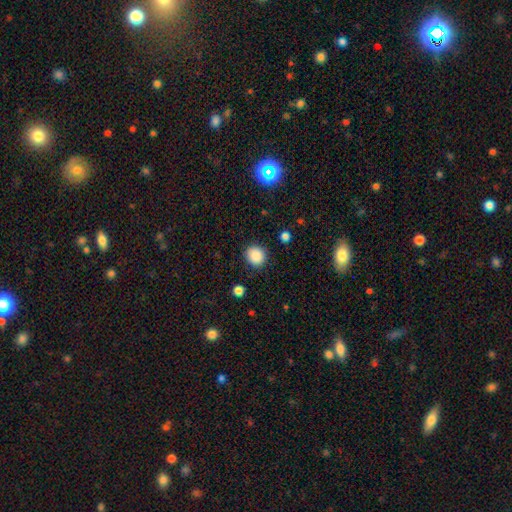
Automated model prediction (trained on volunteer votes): Smooth or featured? smooth (87%)
How rounded? round (88%)
Merging? none (87%)